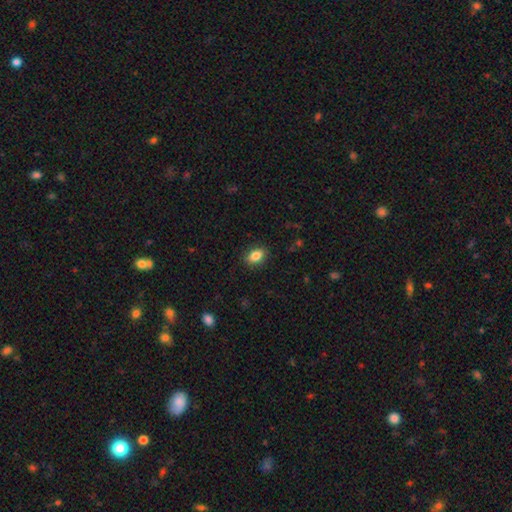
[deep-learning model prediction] A smooth galaxy with no disk features (85%) that is in between round and cigar-shaped (84%).

Vote fractions:
- Smooth or featured? smooth: 85% / star or artifact: 8% / featured or disk: 7%
- How rounded? in between: 84% / round: 14% / cigar-shaped: 2%
- Merging? none: 88% / minor disturbance: 9% / major disturbance: 2% / merger: 1%